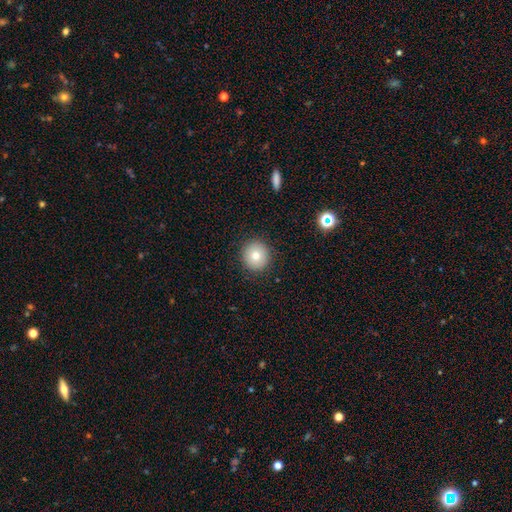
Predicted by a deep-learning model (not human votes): The model was most divided on "smooth or featured": smooth: 78%, featured or disk: 11%, star or artifact: 11%. More confident: how rounded — round (91%); merging — none (90%).